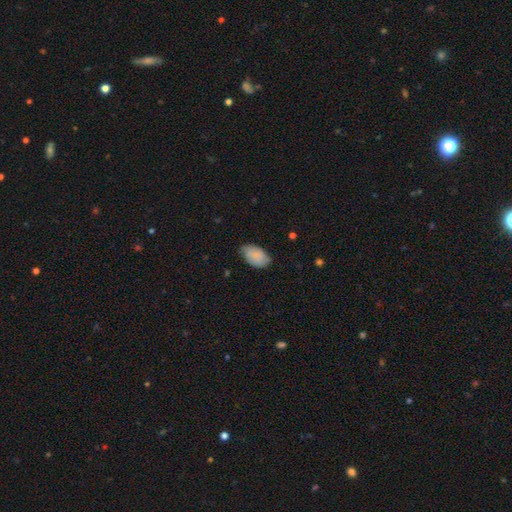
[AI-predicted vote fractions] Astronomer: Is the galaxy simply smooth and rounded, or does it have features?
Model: smooth — 81%.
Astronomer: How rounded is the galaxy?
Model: in between — 93%.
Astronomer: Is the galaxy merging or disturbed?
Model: none — 62%.